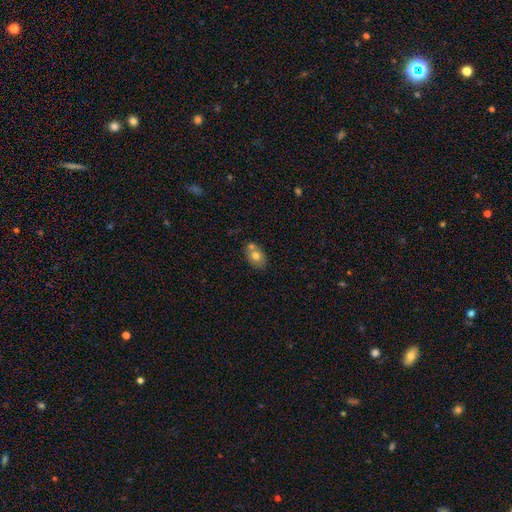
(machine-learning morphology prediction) Smooth or featured: smooth — 72% (featured or disk — 20%)
How rounded: in between — 76% (round — 23%)
Merging: none — 53% (merger — 29%)